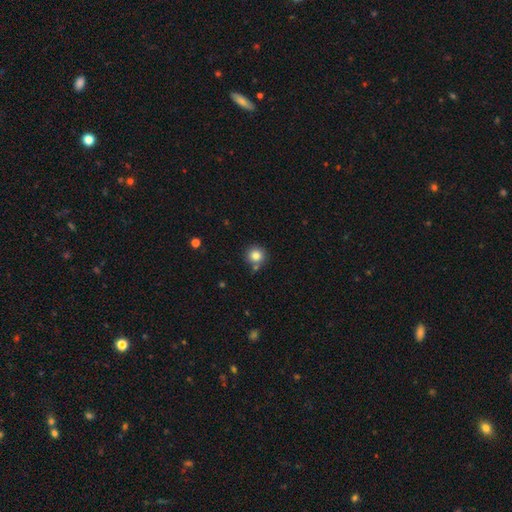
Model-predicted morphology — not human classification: The model was most divided on "merging": none: 77%, merger: 11%, minor disturbance: 10%, major disturbance: 3%. More confident: how rounded — round (94%); smooth or featured — smooth (83%).